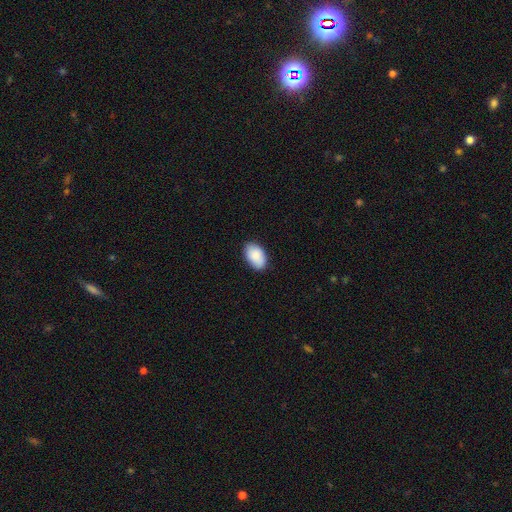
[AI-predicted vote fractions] The model was most divided on "merging": none: 83%, minor disturbance: 13%, major disturbance: 2%, merger: 1%. More confident: how rounded — in between (92%); smooth or featured — smooth (88%).